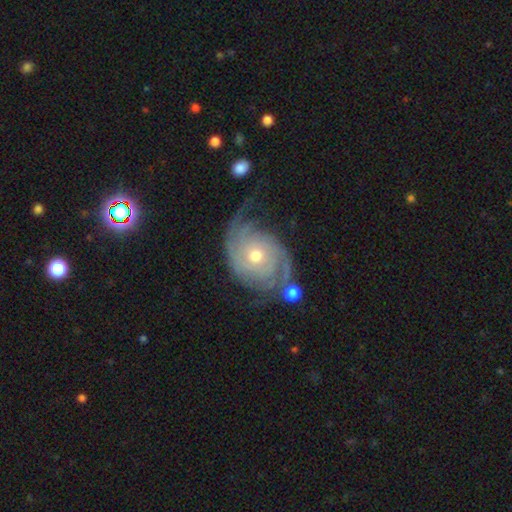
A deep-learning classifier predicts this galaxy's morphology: type=featured or disk (88%); edge-on=no (97%); bar=no (79%); spiral arms=yes (97%); winding=tight (53%); arm count=2 (62%); bulge=moderate (56%); merging=none (64%).